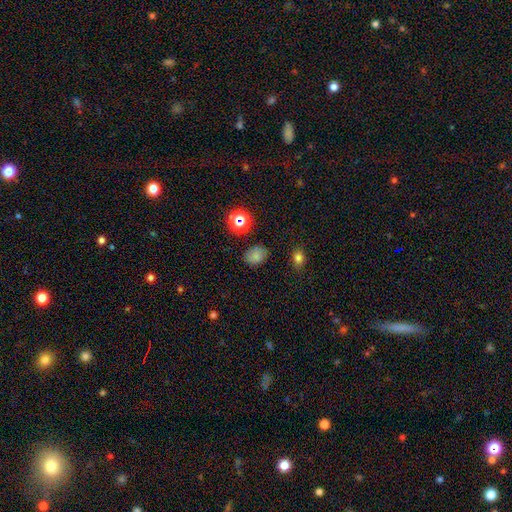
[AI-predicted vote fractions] Morphology: type=smooth (77%); roundness=in between (68%); merging=none (79%).